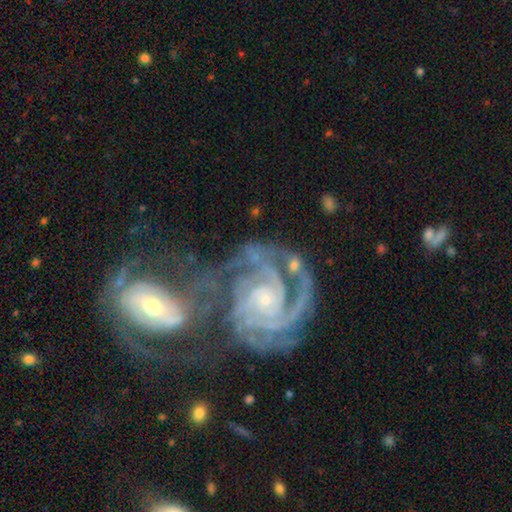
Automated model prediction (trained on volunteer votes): Overall: featured or disk (88%). Edge-on disk: no (98%). Bar: no (68%). Spiral arms: yes (98%). Spiral arm count: 2 (30%; 3 29%). Spiral winding: tight (70%). Bulge size: small (76%). Merging: none (38%; merger 28%).